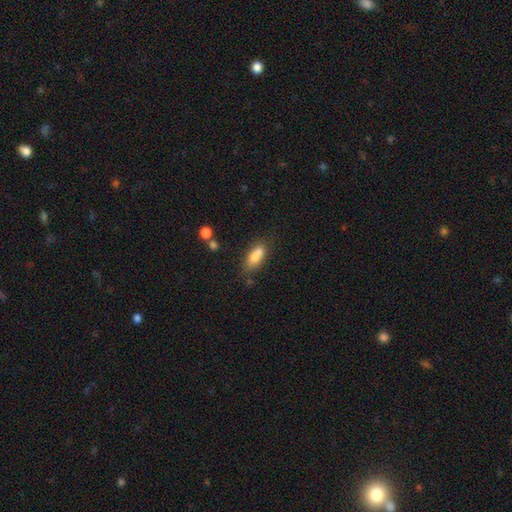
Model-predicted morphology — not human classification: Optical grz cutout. It shows a smooth galaxy with no disk features (76%) that is in between round and cigar-shaped (74%). Merging: none (50%).